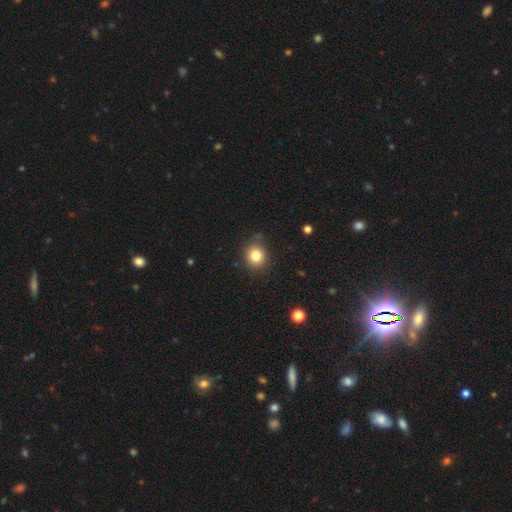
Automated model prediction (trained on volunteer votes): smooth-or-featured: smooth: 82% | star or artifact: 11% | featured or disk: 7%
  how-rounded: round: 80% | in between: 19% | cigar-shaped: 1%
  merging: none: 82% | minor disturbance: 13% | major disturbance: 3% | merger: 2%